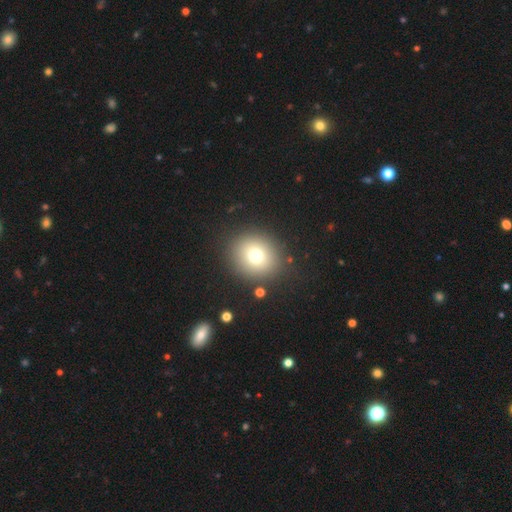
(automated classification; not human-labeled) This is likely a smooth galaxy (73%). How rounded: clearly round (85%). Merging: clearly none (87%).